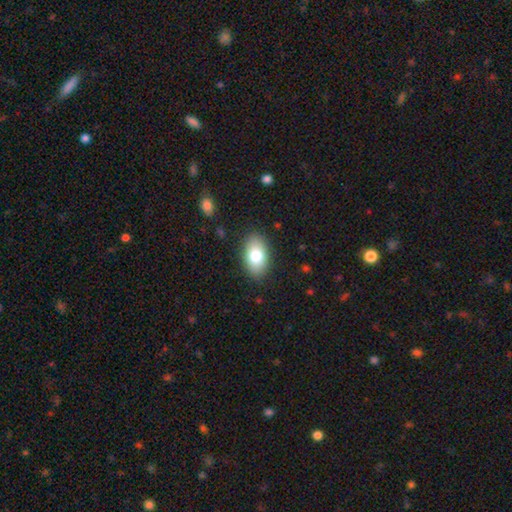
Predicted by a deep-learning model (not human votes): Smooth or featured: smooth — 79% (featured or disk — 14%)
How rounded: in between — 92% (round — 6%)
Merging: none — 87% (minor disturbance — 10%)